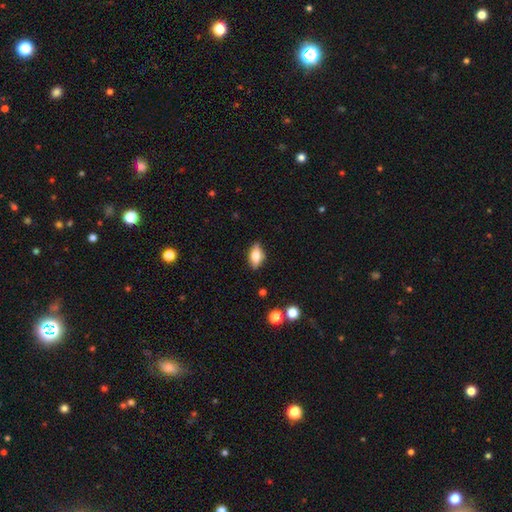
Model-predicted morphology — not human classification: type=smooth (65%); roundness=in between (85%); merging=none (83%).